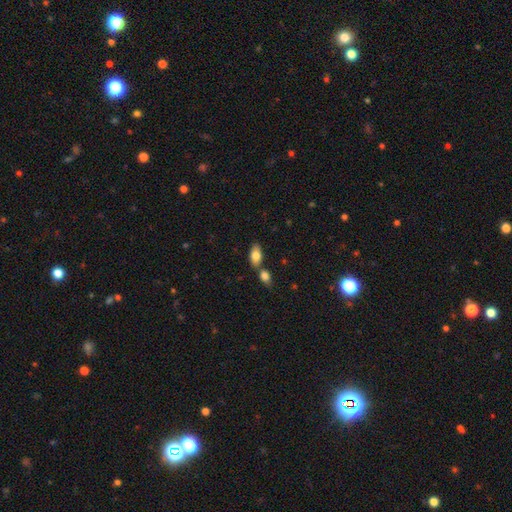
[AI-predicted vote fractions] Smooth or featured? smooth (80%)
How rounded? in between (91%)
Merging? none (59%)